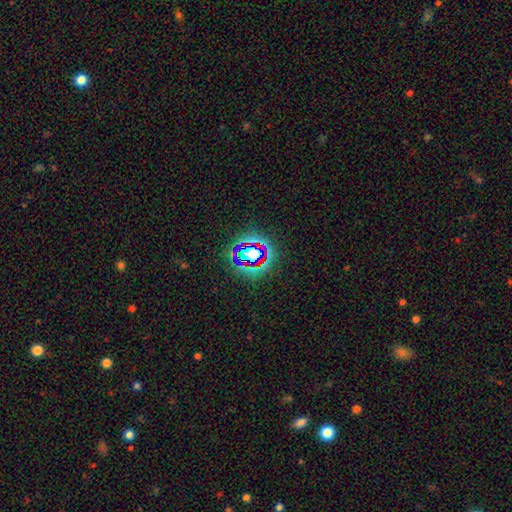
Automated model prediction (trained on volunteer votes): Morphology: type=star or artifact (64%).